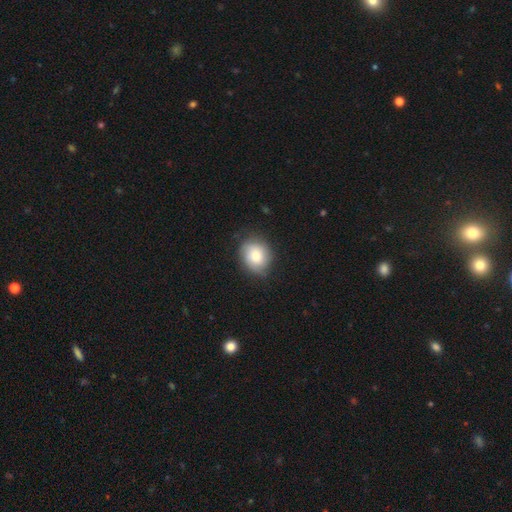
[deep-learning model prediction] smooth 74%, featured or disk 19%, star or artifact 7%. Down the decision tree: how rounded — round (57%); merging — none (73%).